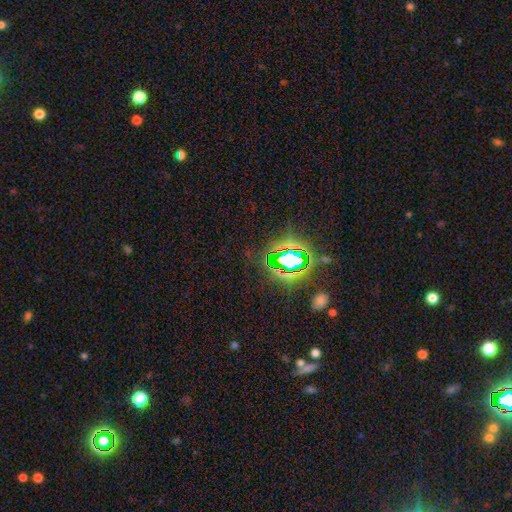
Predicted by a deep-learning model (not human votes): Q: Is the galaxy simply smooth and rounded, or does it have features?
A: star or artifact — 80%.